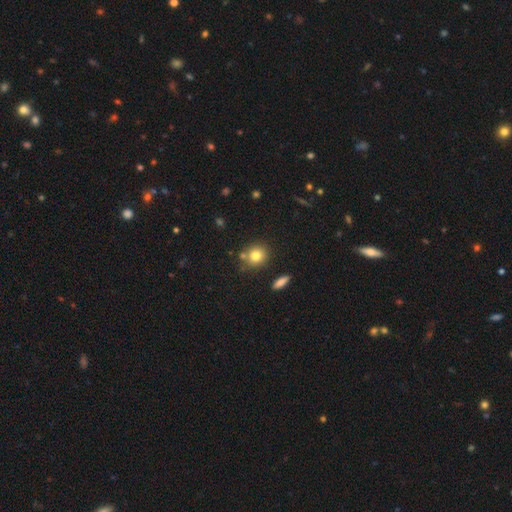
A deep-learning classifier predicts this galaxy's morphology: The model was most divided on "how rounded": round: 78%, in between: 20%, cigar-shaped: 1%. More confident: smooth or featured — smooth (79%); merging — none (74%).